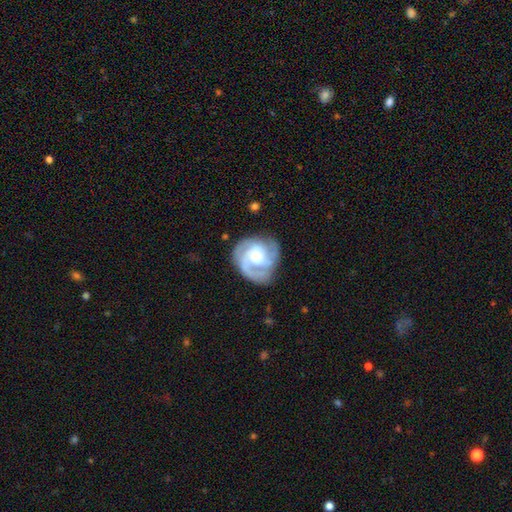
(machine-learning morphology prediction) Smooth or featured? featured or disk (82%)
Edge-on disk? no (98%)
Bar? no (70%)
Spiral arms? yes (95%)
Spiral winding? tight (52%)
Spiral arm count? 3 (34%)
Bulge size? small (49%)
Merging? none (70%)